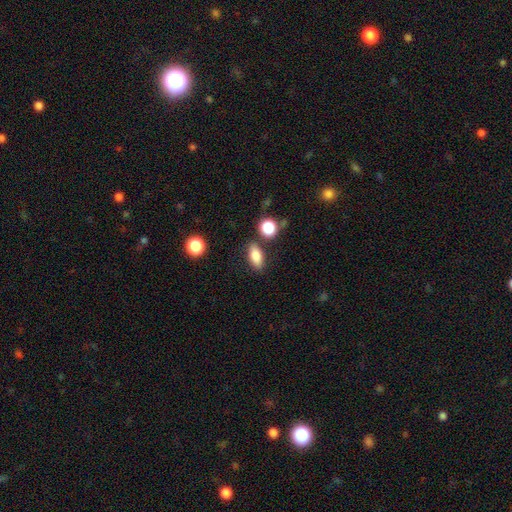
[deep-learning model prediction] Smooth or featured: smooth — 83% (featured or disk — 9%)
How rounded: in between — 82% (cigar-shaped — 10%)
Merging: none — 81% (minor disturbance — 11%)